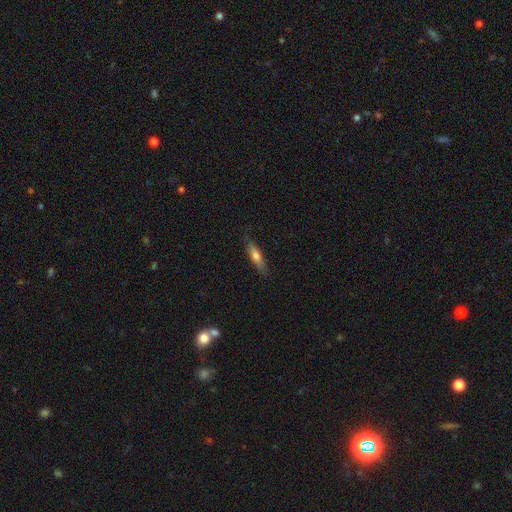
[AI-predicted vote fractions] The model was most divided on "smooth or featured": smooth: 64%, featured or disk: 30%, star or artifact: 6%. More confident: merging — none (83%); how rounded — cigar-shaped (74%).